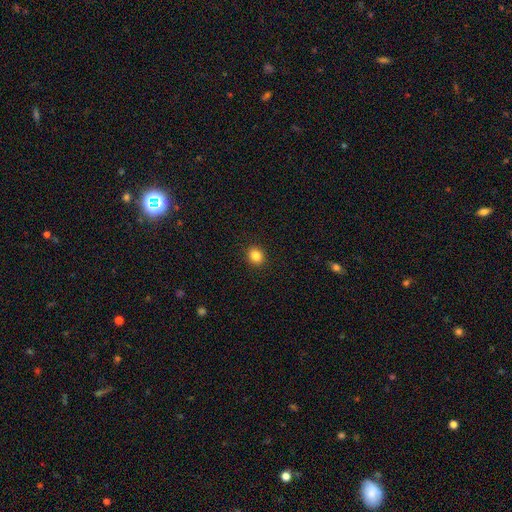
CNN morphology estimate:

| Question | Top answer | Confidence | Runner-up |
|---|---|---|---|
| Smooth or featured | smooth | 85% | star or artifact (11%) |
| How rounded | round | 76% | in between (23%) |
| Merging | none | 92% | minor disturbance (6%) |